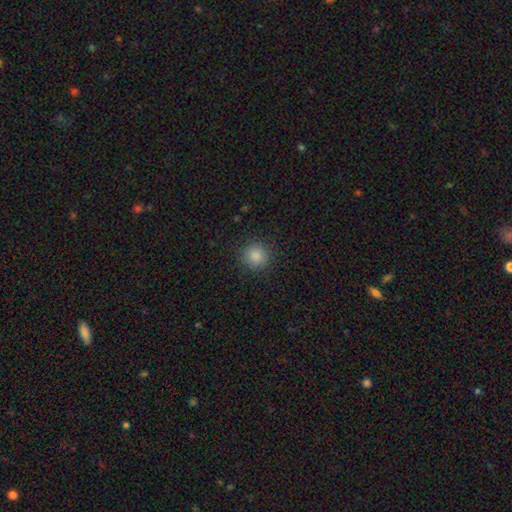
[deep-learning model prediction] This appears to be a smooth galaxy with no disk features (85%) that is round (94%). Merging: none (90%).